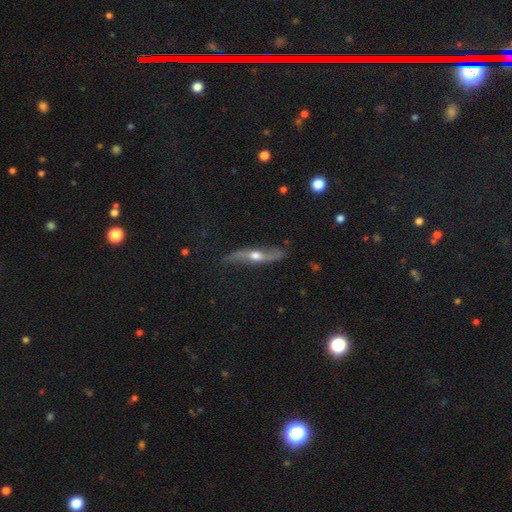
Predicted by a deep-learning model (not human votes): This is likely a featured or disk galaxy (75%). It is possibly viewed edge-on (54%). Merging: likely none (71%).